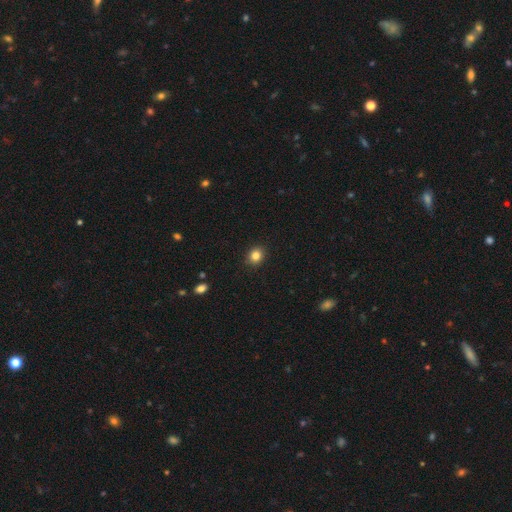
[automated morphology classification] Smooth or featured: smooth — 84% (star or artifact — 11%)
How rounded: round — 75% (in between — 25%)
Merging: none — 91% (minor disturbance — 7%)